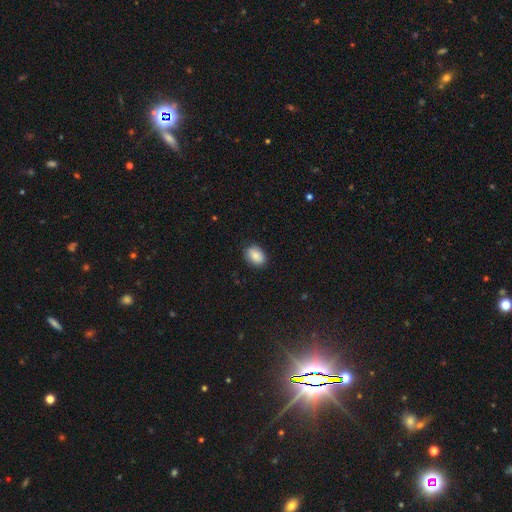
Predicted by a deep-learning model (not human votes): This is clearly a smooth galaxy (87%). How rounded: likely in between (79%). Merging: clearly none (86%).